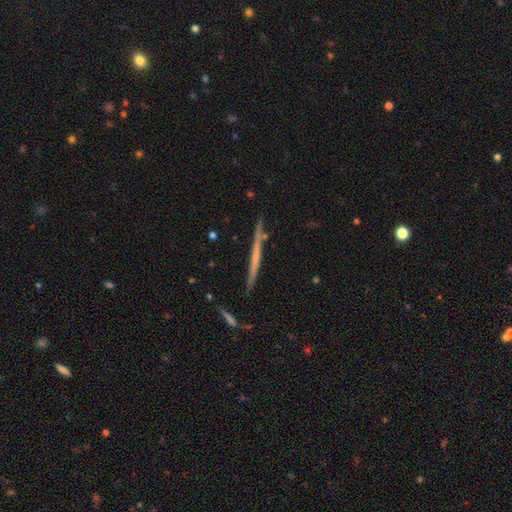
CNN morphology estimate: The model was most divided on "smooth or featured": featured or disk: 56%, smooth: 38%, star or artifact: 6%. More confident: edge-on disk — yes (97%); edge-on bulge — none (89%); merging — none (86%).